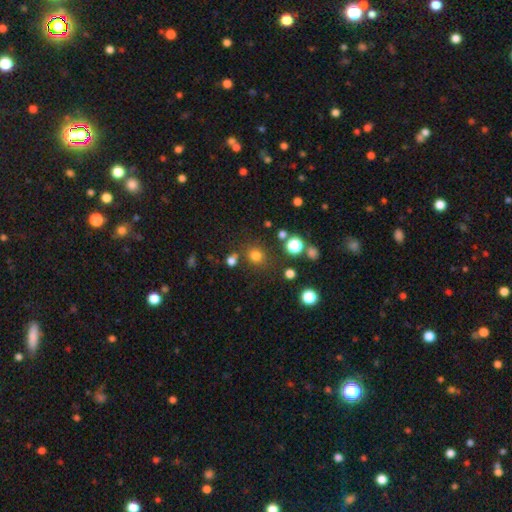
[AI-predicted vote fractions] The model was most divided on "smooth or featured": smooth: 75%, star or artifact: 19%, featured or disk: 6%. More confident: how rounded — round (83%); merging — none (78%).